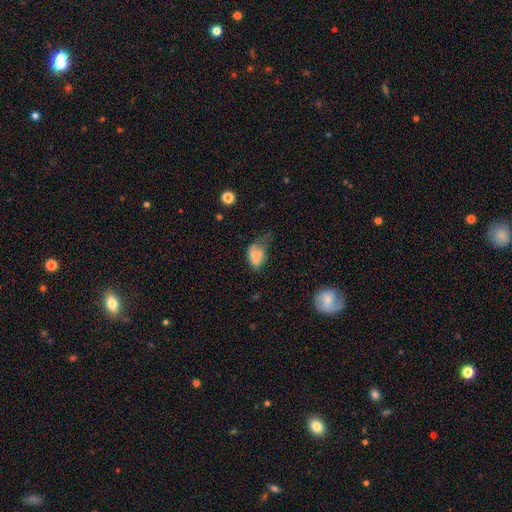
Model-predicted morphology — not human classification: smooth-or-featured: smooth: 78% | featured or disk: 12% | star or artifact: 11%
  how-rounded: in between: 82% | round: 16% | cigar-shaped: 2%
  merging: minor disturbance: 37% | major disturbance: 36% | none: 23% | merger: 4%